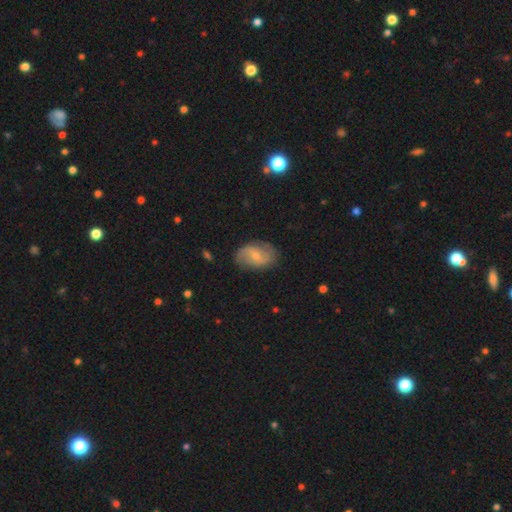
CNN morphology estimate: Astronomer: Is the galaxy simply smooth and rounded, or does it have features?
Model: featured or disk — 62%.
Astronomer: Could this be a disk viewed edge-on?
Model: no — 96%.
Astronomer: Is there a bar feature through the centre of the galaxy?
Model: weak — 52% (runner-up: no, 33%).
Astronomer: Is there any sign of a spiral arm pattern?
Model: yes — 82%.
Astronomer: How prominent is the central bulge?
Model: small — 59% (runner-up: moderate, 36%).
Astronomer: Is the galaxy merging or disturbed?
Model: none — 78%.